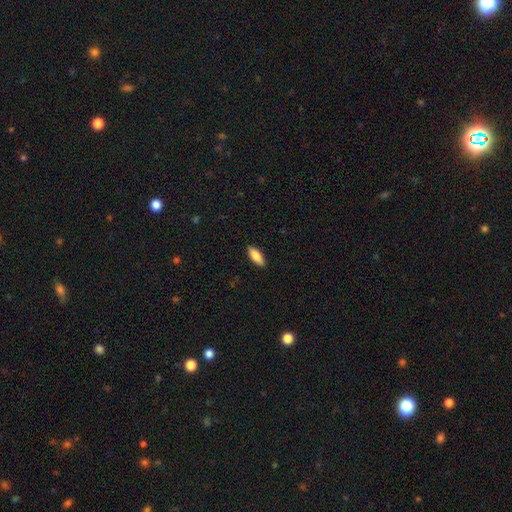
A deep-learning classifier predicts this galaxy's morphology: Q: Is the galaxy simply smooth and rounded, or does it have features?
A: smooth — 82%.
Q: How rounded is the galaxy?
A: in between — 74%.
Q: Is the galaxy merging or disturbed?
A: none — 89%.